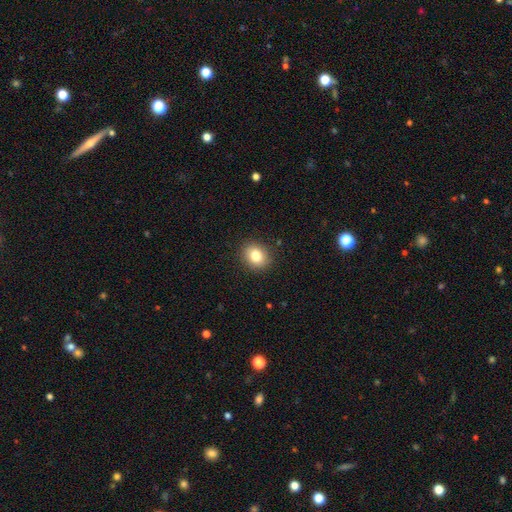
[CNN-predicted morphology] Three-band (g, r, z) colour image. It shows a smooth galaxy with no disk features (82%) that is round (63%). Merging: none (89%).